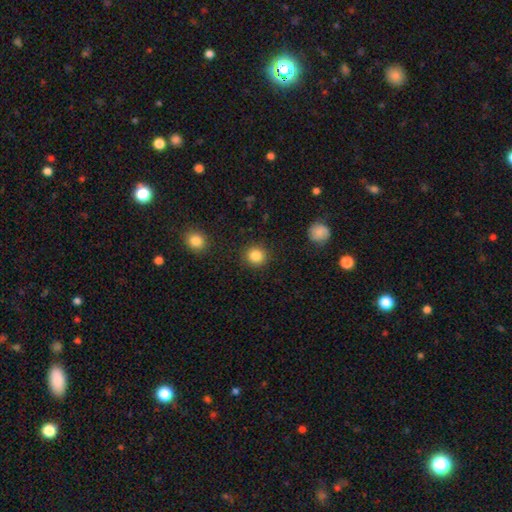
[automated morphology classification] A smooth galaxy with no disk features (86%) that is round (90%).

Vote fractions:
- Smooth or featured? smooth: 86% / star or artifact: 10% / featured or disk: 4%
- How rounded? round: 90% / in between: 9% / cigar-shaped: 1%
- Merging? none: 90% / minor disturbance: 6% / major disturbance: 2% / merger: 1%